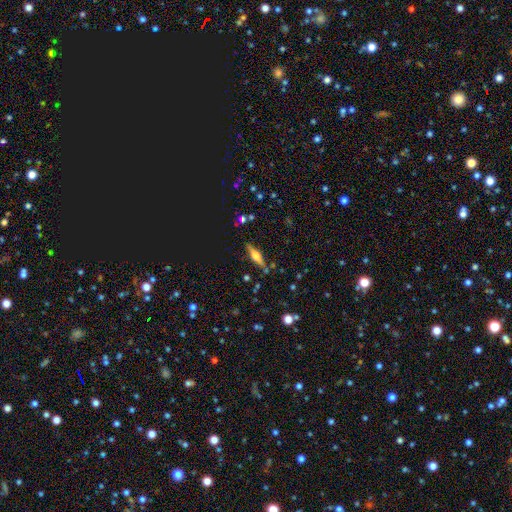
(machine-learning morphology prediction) Smooth or featured: featured or disk — 62% (smooth — 29%)
Edge-on disk: yes — 95% (no — 5%)
Edge-on bulge: rounded — 83% (boxy — 14%)
Merging: none — 82% (minor disturbance — 12%)